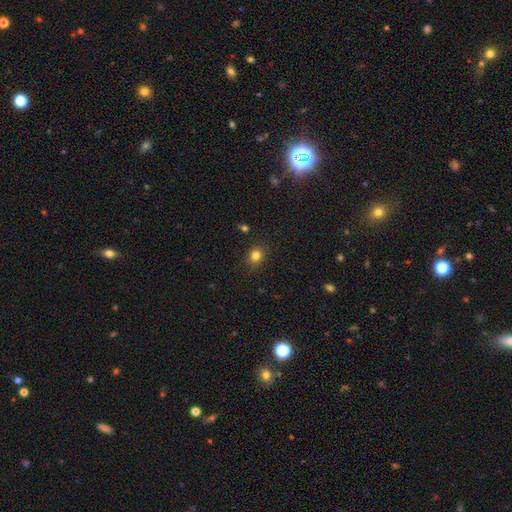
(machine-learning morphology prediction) Smooth or featured? Predicted: smooth (p=0.80). How rounded? Predicted: round (p=0.72). Merging? Predicted: none (p=0.86).